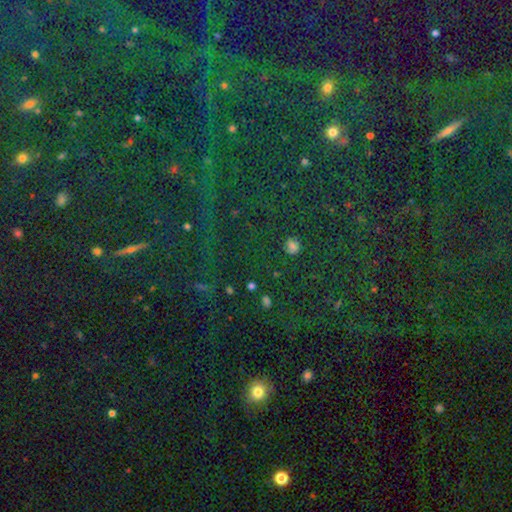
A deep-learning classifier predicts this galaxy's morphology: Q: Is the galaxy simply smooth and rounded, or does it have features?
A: star or artifact — 74%.